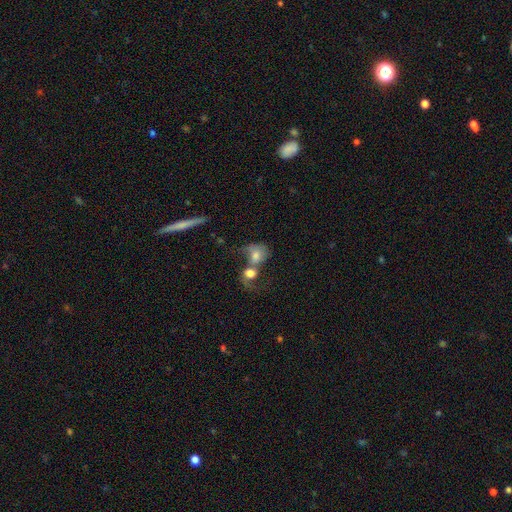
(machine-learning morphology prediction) Q: Smooth or featured?
A: smooth (50%); runner-up: featured or disk (39%)
Q: How rounded?
A: round (61%); runner-up: in between (35%)
Q: Merging?
A: merger (67%); runner-up: none (16%)